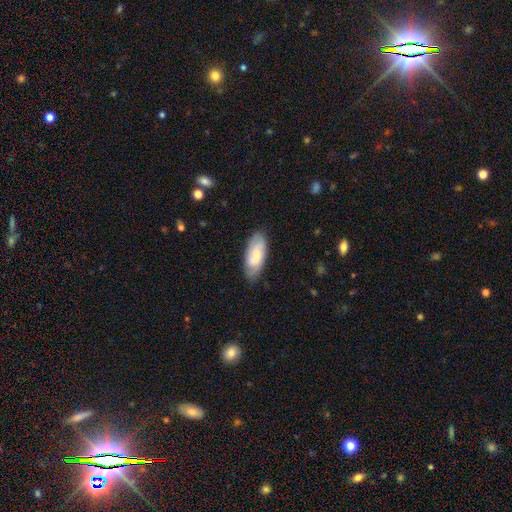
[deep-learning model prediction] Smooth or featured? Predicted: smooth (p=0.61). How rounded? Predicted: in between (p=0.84). Merging? Predicted: none (p=0.79).